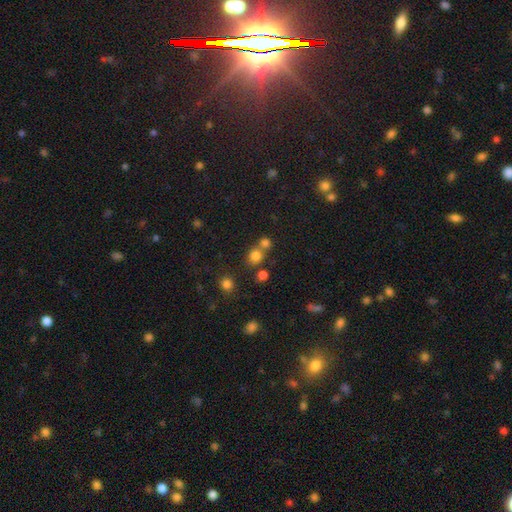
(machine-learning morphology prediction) Overall: smooth (76%). How rounded: round (79%). Merging: none (55%; merger 34%).